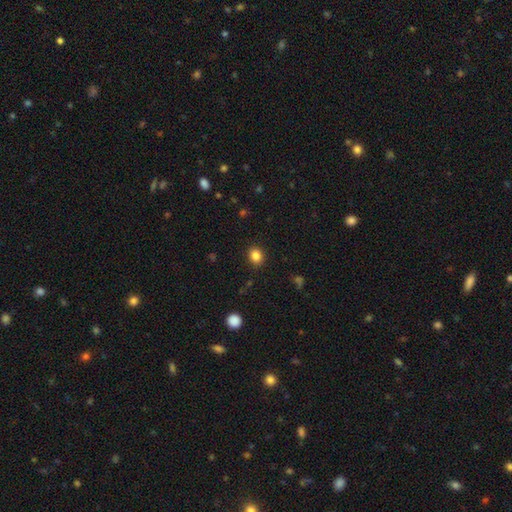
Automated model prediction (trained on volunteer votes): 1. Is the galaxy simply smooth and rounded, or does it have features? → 84% smooth, 11% star or artifact, 5% featured or disk.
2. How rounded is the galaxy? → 67% round, 32% in between, 1% cigar-shaped.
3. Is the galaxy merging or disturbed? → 90% none, 7% minor disturbance, 2% major disturbance, 1% merger.